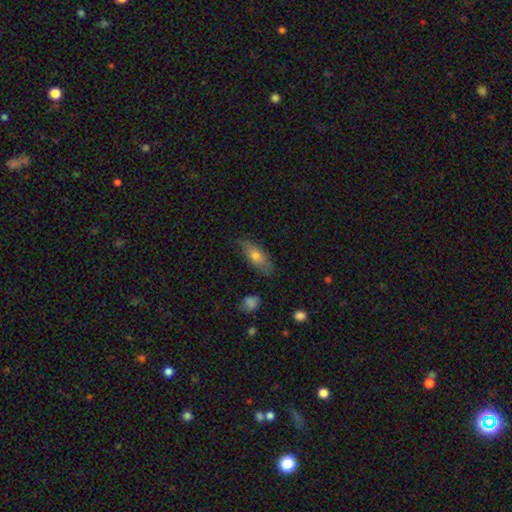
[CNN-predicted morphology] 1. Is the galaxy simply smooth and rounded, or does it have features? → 69% smooth, 24% featured or disk, 7% star or artifact.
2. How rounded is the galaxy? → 70% in between, 27% cigar-shaped, 3% round.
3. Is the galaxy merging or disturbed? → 77% none, 18% minor disturbance, 4% major disturbance, 2% merger.